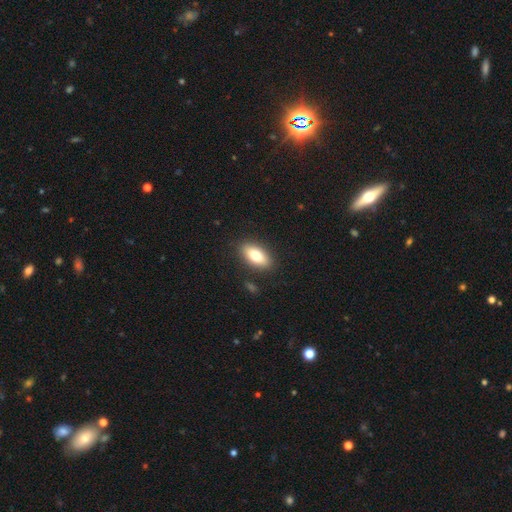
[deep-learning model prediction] Smooth or featured: smooth — 76% (featured or disk — 17%)
How rounded: in between — 86% (cigar-shaped — 10%)
Merging: none — 87% (minor disturbance — 9%)